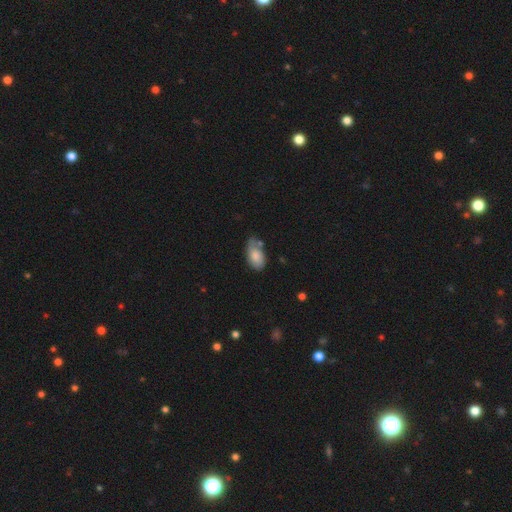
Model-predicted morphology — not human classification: This is likely a smooth galaxy (77%). How rounded: clearly in between (93%). Merging: possibly none (50%).